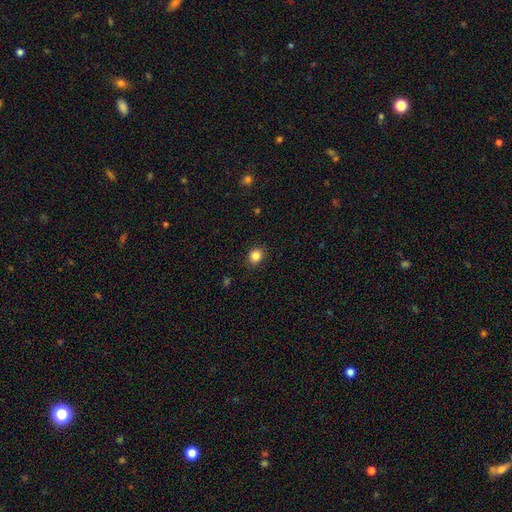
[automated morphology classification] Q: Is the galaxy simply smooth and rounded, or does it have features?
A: smooth — 85%.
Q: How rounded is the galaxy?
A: round — 70%.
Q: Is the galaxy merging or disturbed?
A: none — 90%.